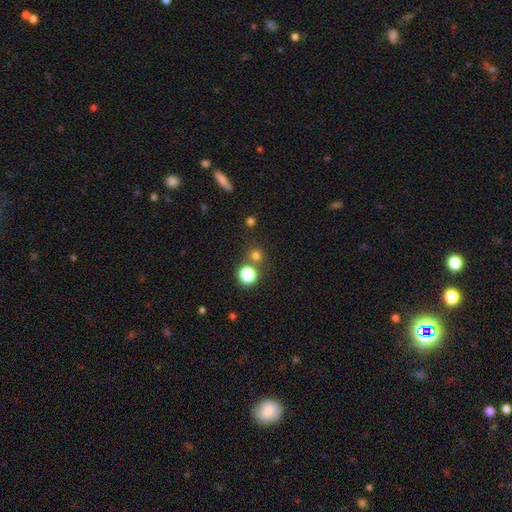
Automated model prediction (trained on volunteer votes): Q: Smooth or featured?
A: smooth (69%); runner-up: star or artifact (25%)
Q: How rounded?
A: round (91%); runner-up: in between (8%)
Q: Merging?
A: none (74%); runner-up: merger (15%)